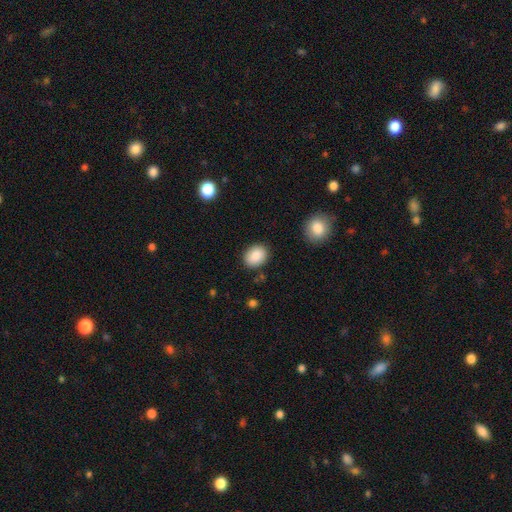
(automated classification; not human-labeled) smooth 87%, star or artifact 8%, featured or disk 5%. Down the decision tree: how rounded — in between (60%); merging — none (86%).